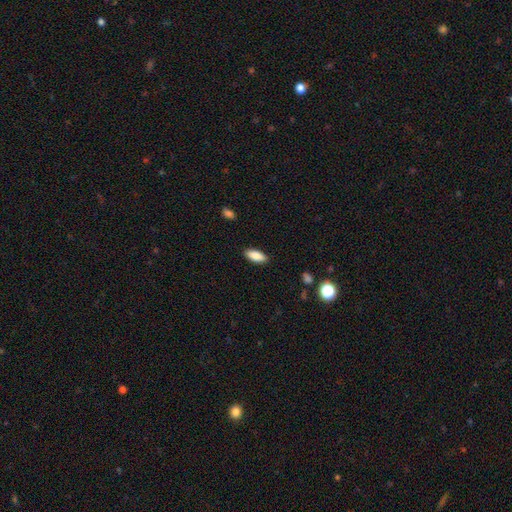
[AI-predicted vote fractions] smooth 87%, featured or disk 6%, star or artifact 6%. Down the decision tree: how rounded — in between (82%); merging — none (88%).